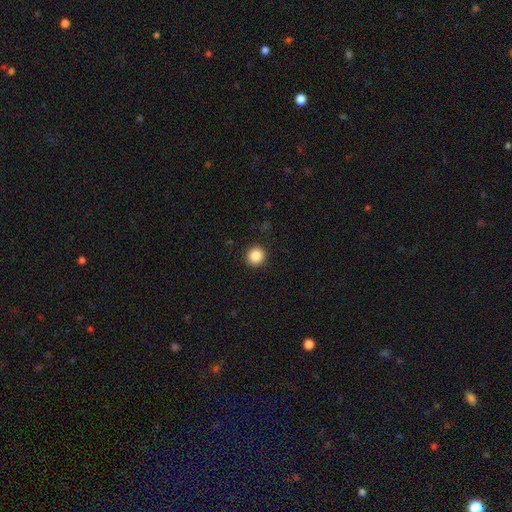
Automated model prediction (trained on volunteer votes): This appears to be a smooth galaxy with no disk features (88%) that is round (92%). Merging: none (91%).